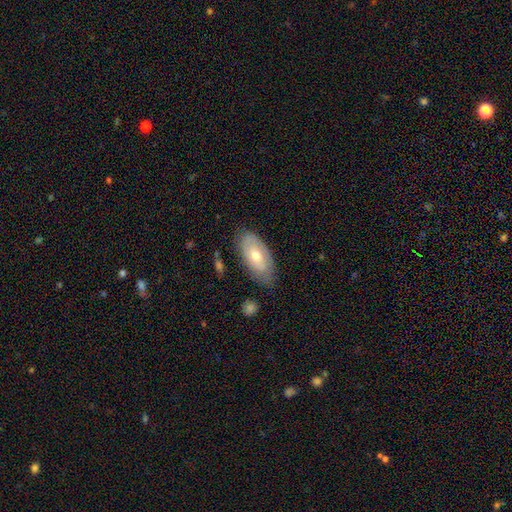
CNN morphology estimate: smooth_or_featured: smooth (p=0.48) [alt: featured or disk p=0.46]
merging: none (p=0.76) [alt: minor disturbance p=0.19]